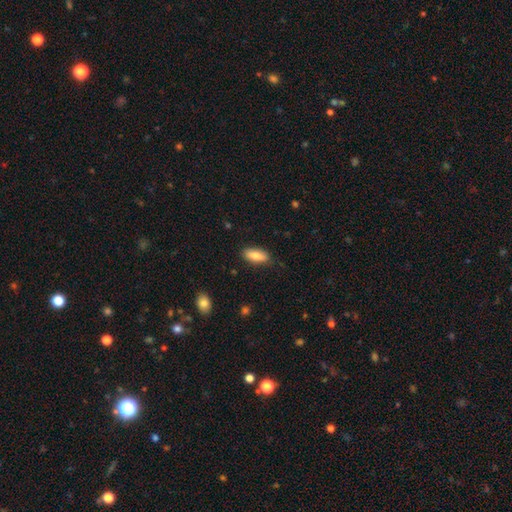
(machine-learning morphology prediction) Smooth or featured? Predicted: smooth (p=0.80). How rounded? Predicted: in between (p=0.80). Merging? Predicted: none (p=0.85).